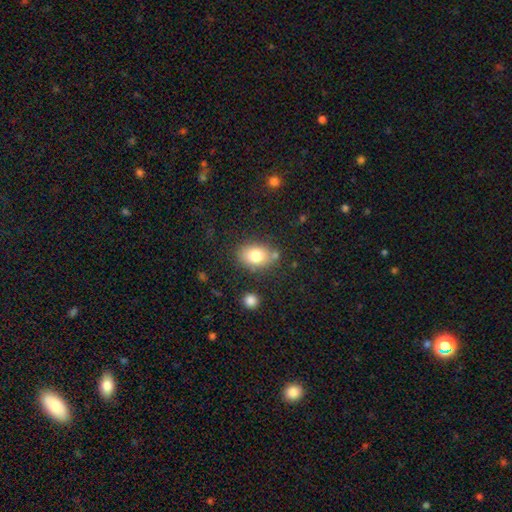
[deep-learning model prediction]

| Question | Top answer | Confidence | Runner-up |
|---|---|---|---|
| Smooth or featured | smooth | 78% | featured or disk (12%) |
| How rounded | in between | 71% | round (28%) |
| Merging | none | 74% | minor disturbance (15%) |